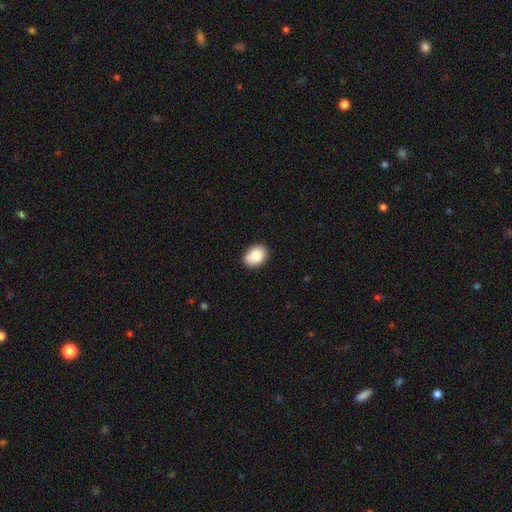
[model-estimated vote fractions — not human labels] Q: Smooth or featured?
A: smooth (83%); runner-up: featured or disk (9%)
Q: How rounded?
A: in between (70%); runner-up: round (29%)
Q: Merging?
A: none (75%); runner-up: minor disturbance (17%)